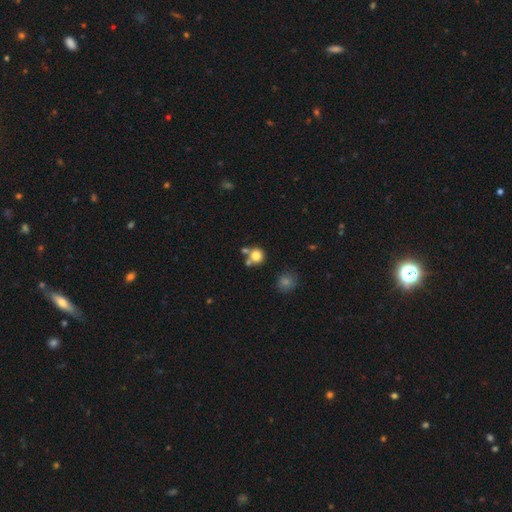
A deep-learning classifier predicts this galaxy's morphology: This is likely a smooth galaxy (79%). How rounded: clearly round (88%). Merging: possibly none (58%).